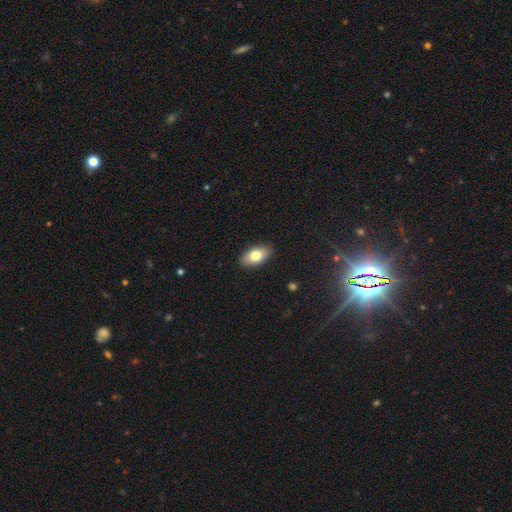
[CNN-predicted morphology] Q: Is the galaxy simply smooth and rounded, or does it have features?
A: smooth — 79%.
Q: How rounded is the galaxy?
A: in between — 92%.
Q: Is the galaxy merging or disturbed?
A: none — 89%.